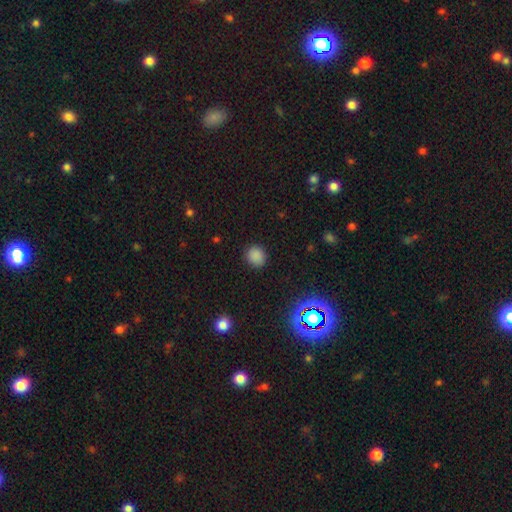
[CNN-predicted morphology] Smooth or featured? Predicted: smooth (p=0.84). How rounded? Predicted: round (p=0.83). Merging? Predicted: none (p=0.88).